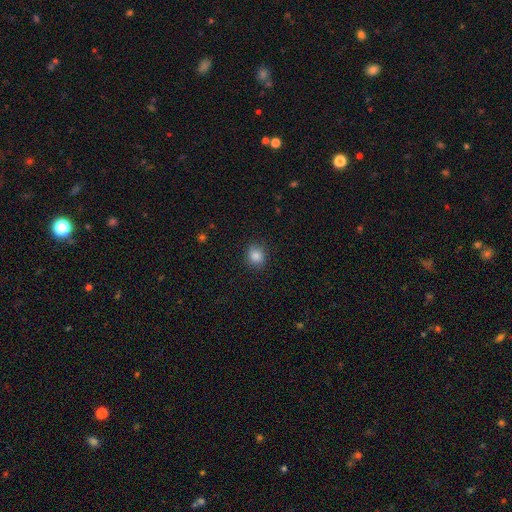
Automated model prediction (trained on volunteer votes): Overall: smooth (86%). How rounded: round (70%). Merging: none (85%).